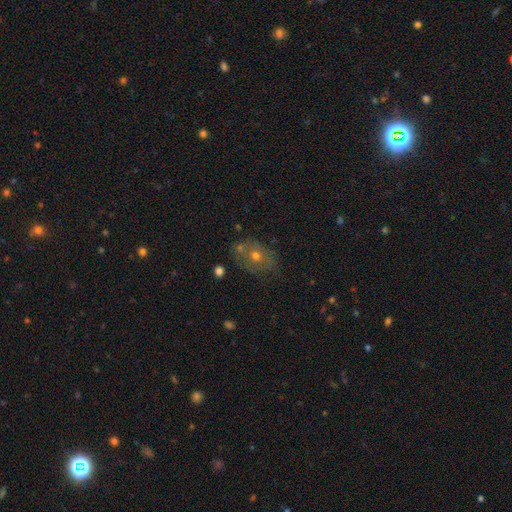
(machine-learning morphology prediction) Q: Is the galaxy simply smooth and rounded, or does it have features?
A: smooth — 45%.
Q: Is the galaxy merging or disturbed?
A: none — 63%.